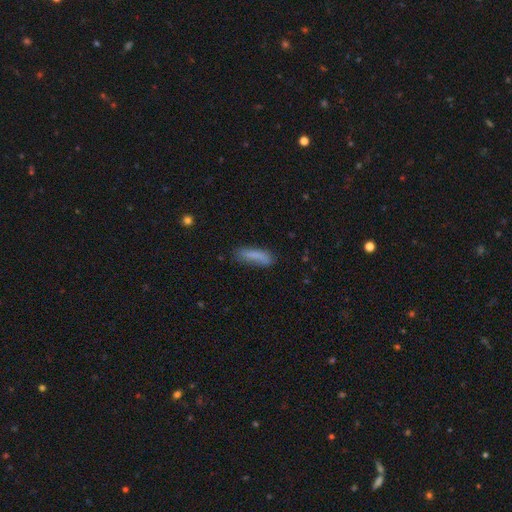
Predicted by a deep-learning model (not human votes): Smooth or featured? smooth (80%)
How rounded? cigar-shaped (64%)
Merging? none (66%)